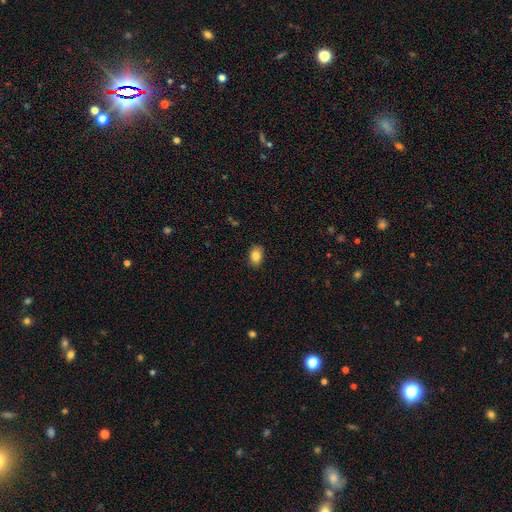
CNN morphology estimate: Smooth or featured: smooth — 84% (star or artifact — 8%)
How rounded: in between — 79% (round — 20%)
Merging: none — 87% (minor disturbance — 10%)